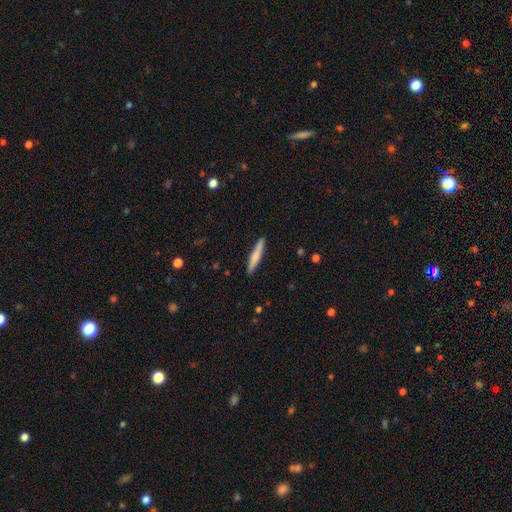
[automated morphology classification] A smooth galaxy with no disk features (68%) that is cigar-shaped (92%). Merging: none (90%).